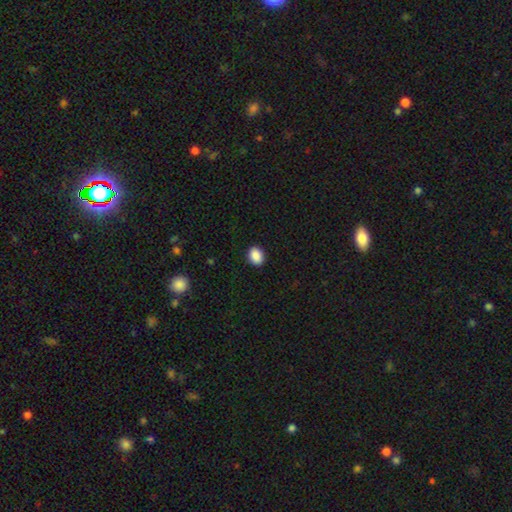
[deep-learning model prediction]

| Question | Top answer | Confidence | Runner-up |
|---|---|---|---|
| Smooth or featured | smooth | 89% | star or artifact (8%) |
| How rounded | in between | 61% | round (38%) |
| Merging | none | 90% | minor disturbance (7%) |